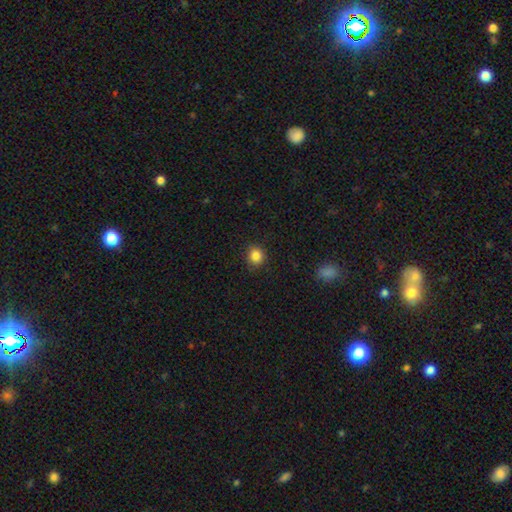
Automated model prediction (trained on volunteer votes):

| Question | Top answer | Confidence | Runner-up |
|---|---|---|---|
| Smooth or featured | smooth | 85% | star or artifact (11%) |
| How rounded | round | 84% | in between (15%) |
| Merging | none | 88% | minor disturbance (9%) |